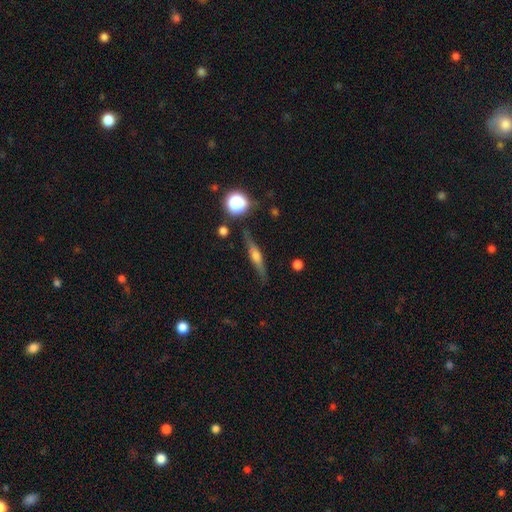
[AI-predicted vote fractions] This is likely a featured or disk galaxy (65%). It is clearly viewed edge-on (96%). Edge-on bulge: clearly rounded (85%). Merging: clearly none (85%).